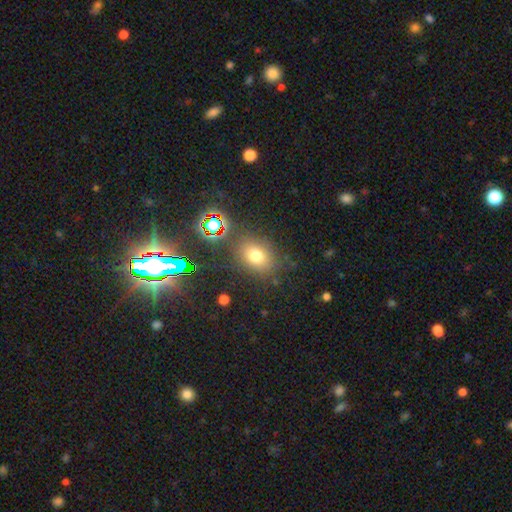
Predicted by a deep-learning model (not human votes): Morphology: type=smooth (69%); roundness=in between (54%); merging=none (79%).